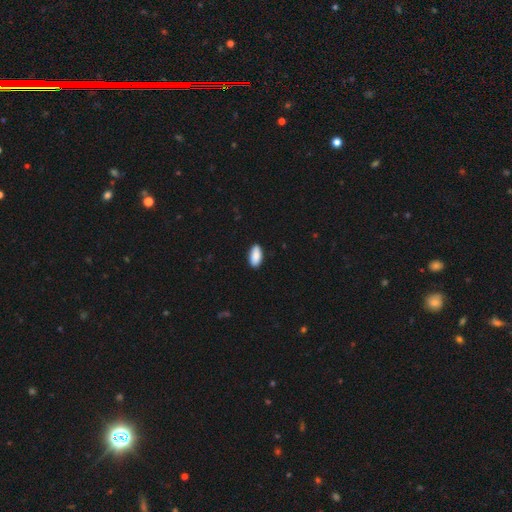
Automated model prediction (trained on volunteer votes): smooth 90%, star or artifact 6%, featured or disk 4%. Down the decision tree: how rounded — in between (91%); merging — none (88%).